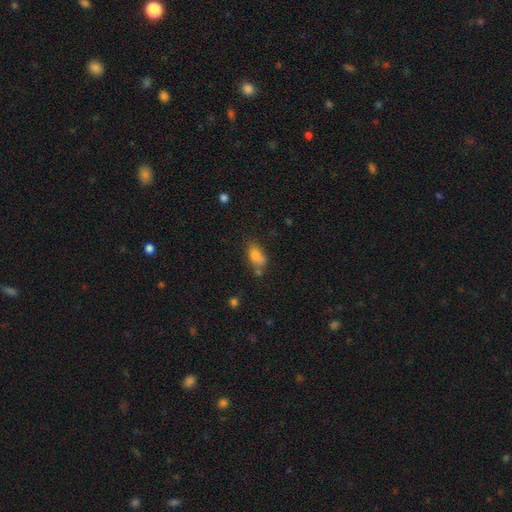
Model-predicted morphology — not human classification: smooth 77%, featured or disk 13%, star or artifact 10%. Down the decision tree: how rounded — in between (85%); merging — none (55%).